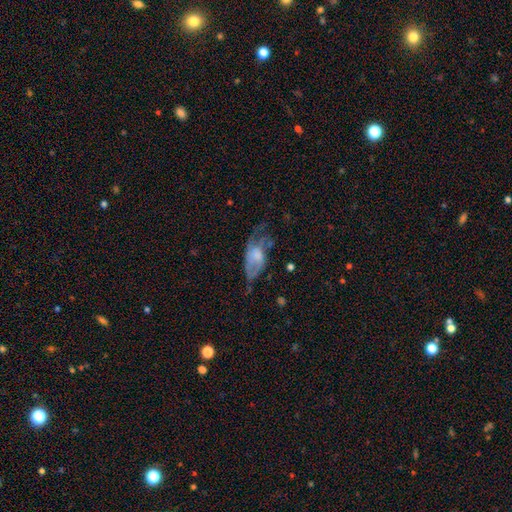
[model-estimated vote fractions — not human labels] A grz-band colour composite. It shows a featured or disk galaxy (56%) with no bar (71%), spiral arms (64%) and a moderate central bulge (30%). Merging: major disturbance (40%).